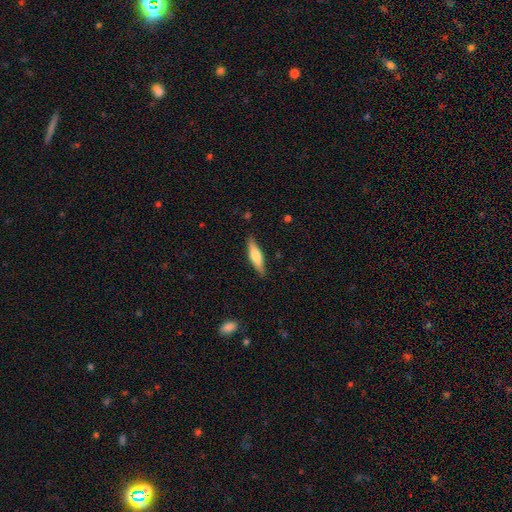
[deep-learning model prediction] This appears to be a smooth galaxy with no disk features (62%) that is cigar-shaped (71%). Merging: none (87%).